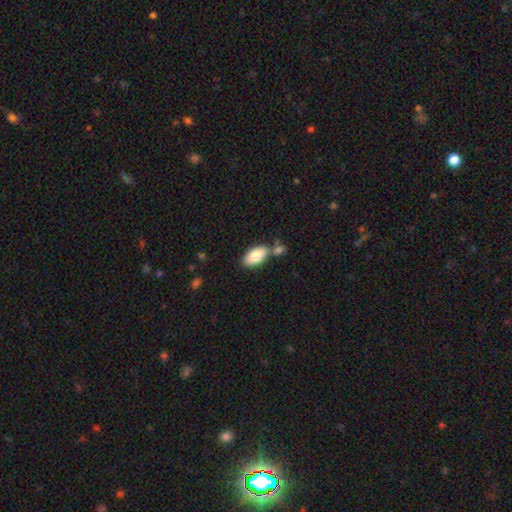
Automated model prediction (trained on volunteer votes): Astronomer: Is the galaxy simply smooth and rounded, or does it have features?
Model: smooth — 80%.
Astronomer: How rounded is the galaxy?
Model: in between — 94%.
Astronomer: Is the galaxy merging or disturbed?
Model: none — 60%.